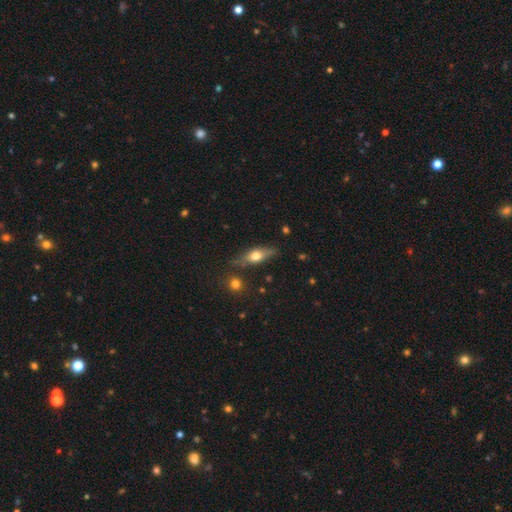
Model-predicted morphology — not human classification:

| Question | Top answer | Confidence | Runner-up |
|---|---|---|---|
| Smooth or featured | smooth | 49% | featured or disk (43%) |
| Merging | none | 75% | minor disturbance (17%) |